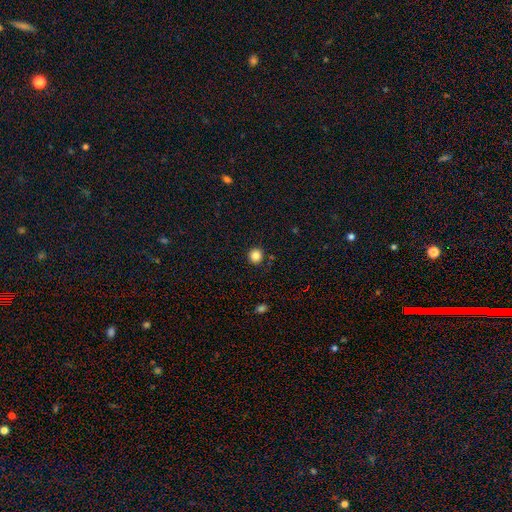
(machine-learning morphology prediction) smooth 85%, star or artifact 11%, featured or disk 4%. Down the decision tree: how rounded — round (92%); merging — none (90%).